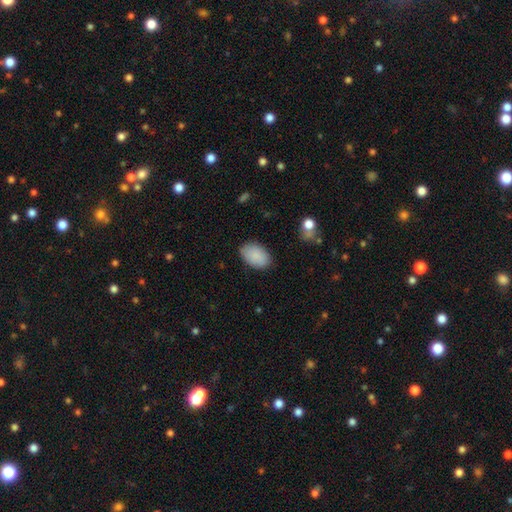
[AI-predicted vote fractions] smooth_or_featured: smooth (p=0.89) [alt: star or artifact p=0.07]
how_rounded: in between (p=0.91) [alt: round p=0.08]
merging: none (p=0.85) [alt: minor disturbance p=0.11]